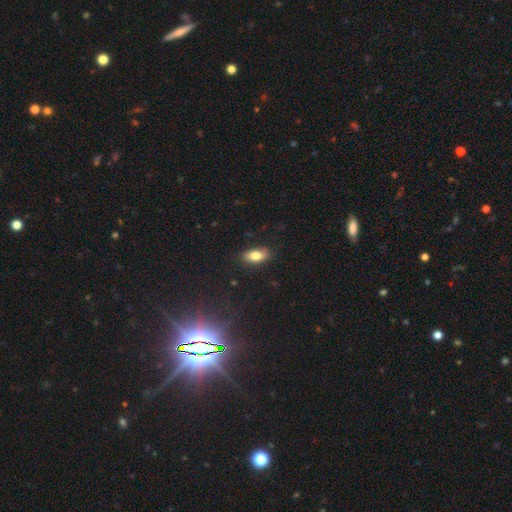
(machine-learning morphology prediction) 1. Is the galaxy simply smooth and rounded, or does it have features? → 81% smooth, 11% featured or disk, 8% star or artifact.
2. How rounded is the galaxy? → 88% in between, 9% cigar-shaped, 4% round.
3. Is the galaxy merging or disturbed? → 86% none, 11% minor disturbance, 2% major disturbance, 1% merger.